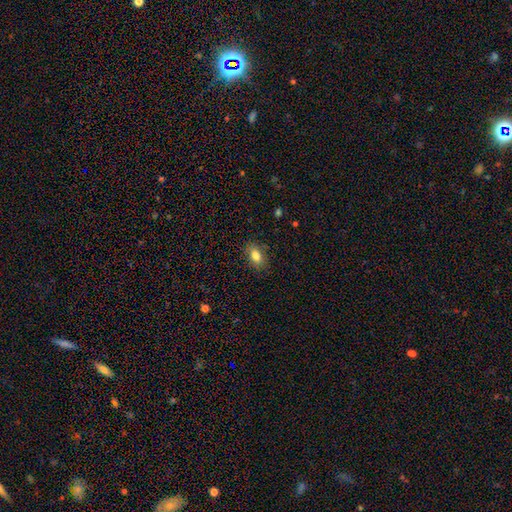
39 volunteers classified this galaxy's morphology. Volunteers were most divided on "smooth or featured": smooth: 79%, star or artifact: 13%, featured or disk: 8%. More confident: how rounded — in between (87%); merging — none (82%).